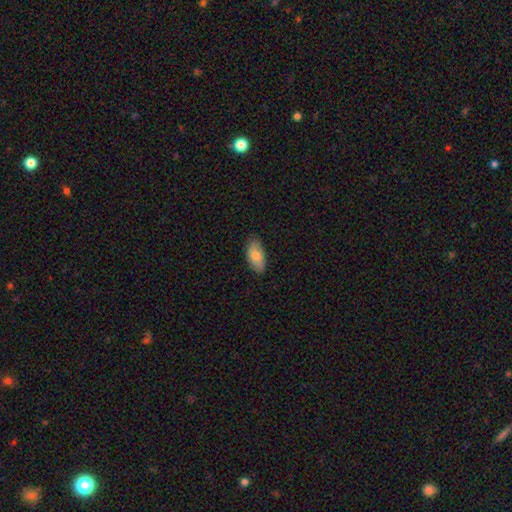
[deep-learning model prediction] Smooth or featured? Predicted: smooth (p=0.78). How rounded? Predicted: in between (p=0.93). Merging? Predicted: none (p=0.83).